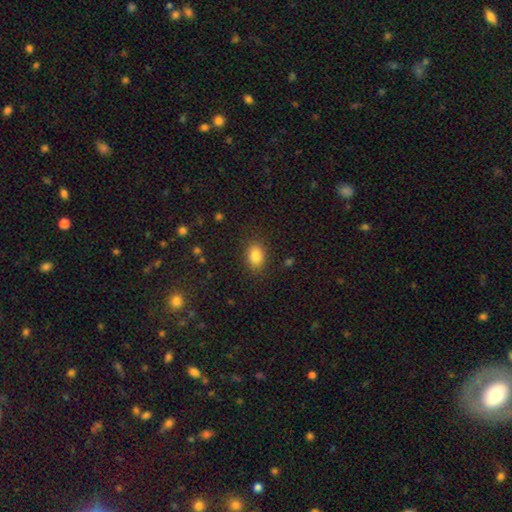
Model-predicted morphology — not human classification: type=smooth (85%); roundness=in between (75%); merging=none (85%).